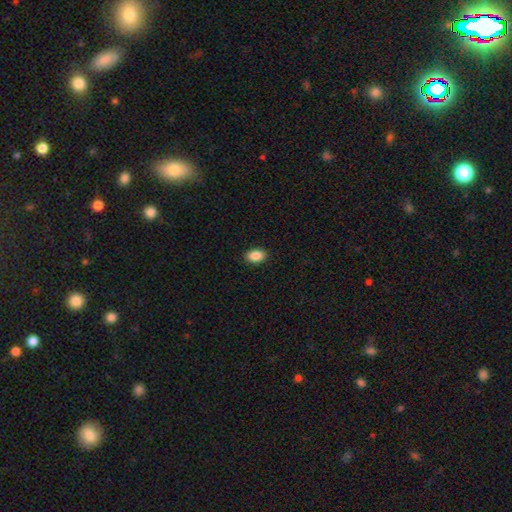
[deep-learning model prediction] Q: Smooth or featured?
A: smooth (88%); runner-up: star or artifact (8%)
Q: How rounded?
A: in between (88%); runner-up: round (11%)
Q: Merging?
A: none (90%); runner-up: minor disturbance (7%)